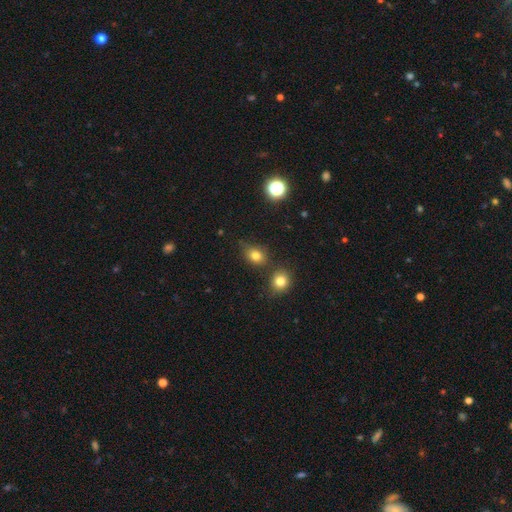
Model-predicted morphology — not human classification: smooth-or-featured: smooth: 77% | star or artifact: 15% | featured or disk: 8%
  how-rounded: round: 58% | in between: 41% | cigar-shaped: 1%
  merging: none: 68% | minor disturbance: 18% | merger: 9% | major disturbance: 5%